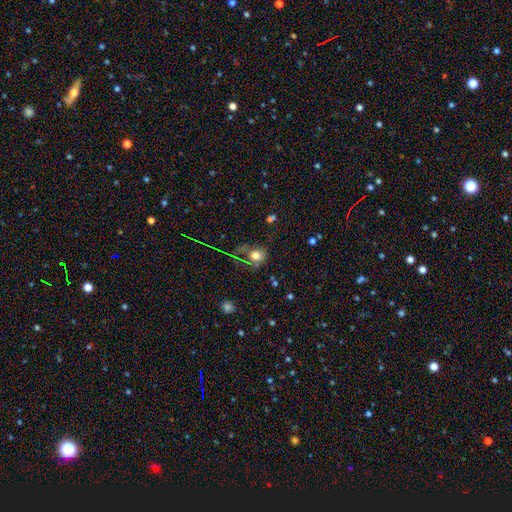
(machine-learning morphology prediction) Overall: smooth (71%). How rounded: round (65%; in between 33%). Merging: none (51%; minor disturbance 21%).